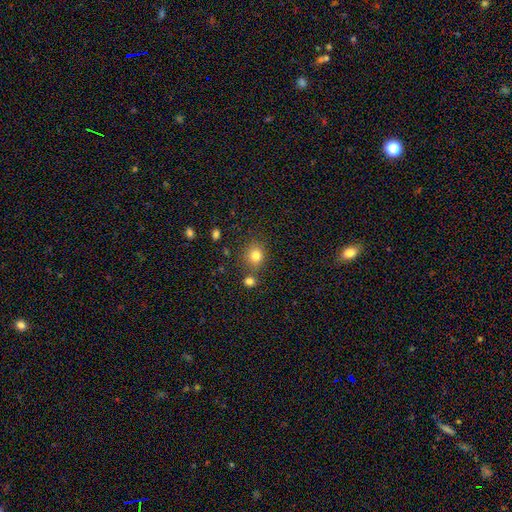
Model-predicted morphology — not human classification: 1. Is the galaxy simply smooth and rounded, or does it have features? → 81% smooth, 13% star or artifact, 7% featured or disk.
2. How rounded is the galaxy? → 79% round, 20% in between, 1% cigar-shaped.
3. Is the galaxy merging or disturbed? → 75% none, 11% minor disturbance, 11% merger, 4% major disturbance.